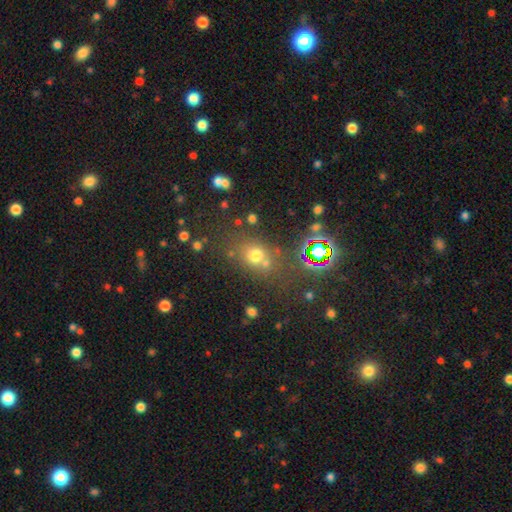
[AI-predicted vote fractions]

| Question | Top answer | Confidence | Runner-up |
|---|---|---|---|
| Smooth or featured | smooth | 66% | star or artifact (23%) |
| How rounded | round | 65% | in between (33%) |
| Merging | none | 63% | merger (17%) |